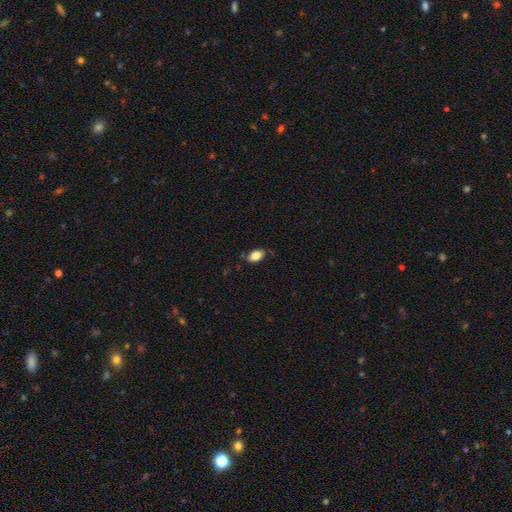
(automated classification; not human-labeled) A smooth galaxy with no disk features (84%) that is in between round and cigar-shaped (91%).

Vote fractions:
- Smooth or featured? smooth: 84% / star or artifact: 8% / featured or disk: 8%
- How rounded? in between: 91% / round: 7% / cigar-shaped: 2%
- Merging? none: 79% / minor disturbance: 16% / major disturbance: 3% / merger: 2%